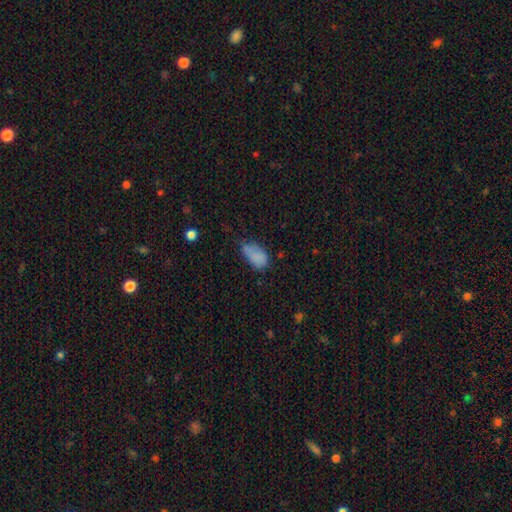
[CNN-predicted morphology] A smooth galaxy with no disk features (80%) that is in between round and cigar-shaped (92%). Merging: minor disturbance (40%).